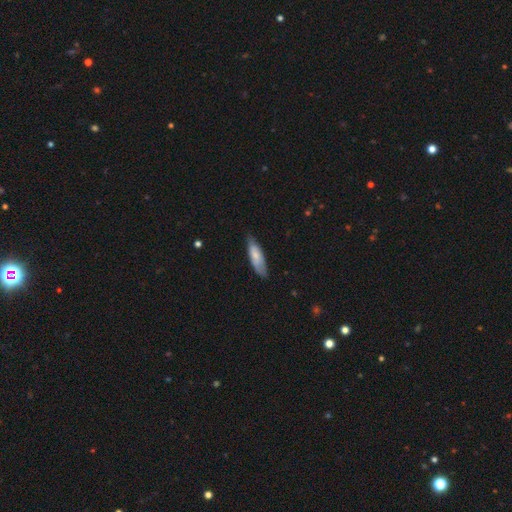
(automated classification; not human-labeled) smooth-or-featured: smooth: 72% | featured or disk: 22% | star or artifact: 5%
  how-rounded: cigar-shaped: 52% | in between: 47% | round: 2%
  merging: none: 72% | minor disturbance: 23% | major disturbance: 4% | merger: 1%